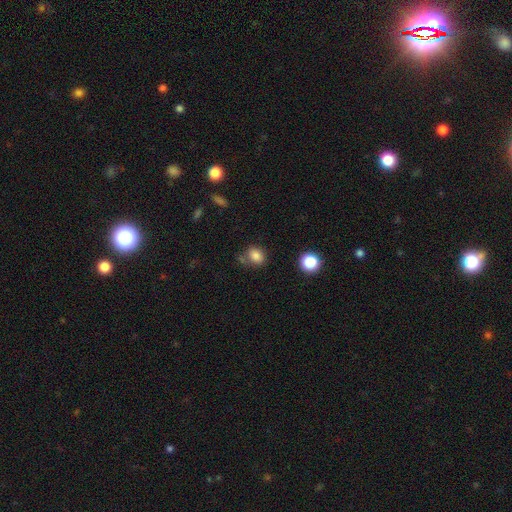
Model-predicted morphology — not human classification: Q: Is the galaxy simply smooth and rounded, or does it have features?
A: smooth — 82%.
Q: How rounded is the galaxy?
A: in between — 53%.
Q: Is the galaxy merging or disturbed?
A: none — 67%.